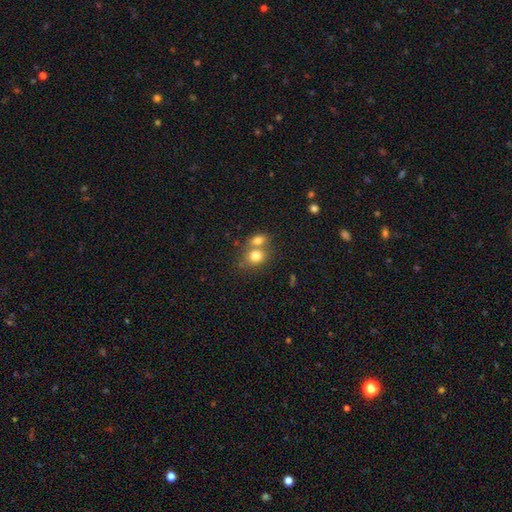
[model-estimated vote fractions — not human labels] A smooth galaxy with no disk features (78%) that is round (58%).

Vote fractions:
- Smooth or featured? smooth: 78% / featured or disk: 12% / star or artifact: 10%
- How rounded? round: 58% / in between: 41% / cigar-shaped: 1%
- Merging? merger: 56% / none: 34% / minor disturbance: 7% / major disturbance: 3%